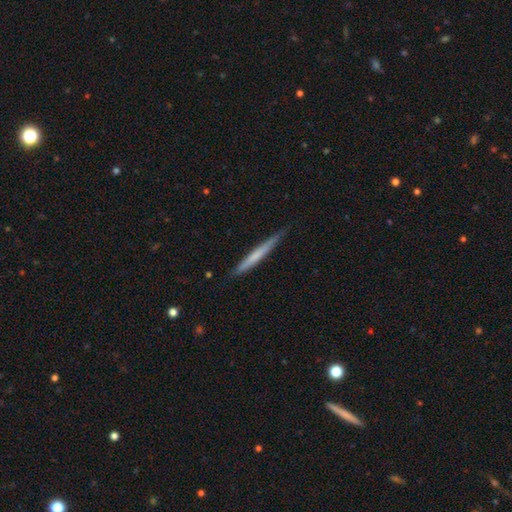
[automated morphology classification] Overall: smooth (57%; featured or disk 38%). How rounded: cigar-shaped (97%). Merging: none (83%).